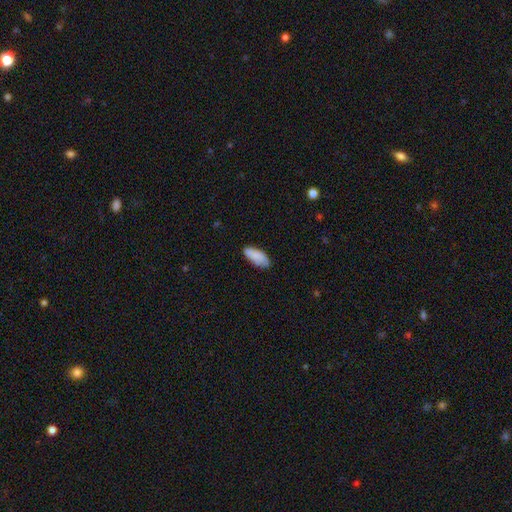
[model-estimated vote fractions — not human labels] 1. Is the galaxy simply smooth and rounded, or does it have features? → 84% smooth, 10% featured or disk, 6% star or artifact.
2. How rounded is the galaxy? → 84% in between, 14% cigar-shaped, 2% round.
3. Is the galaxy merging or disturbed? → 73% none, 21% minor disturbance, 4% major disturbance, 2% merger.